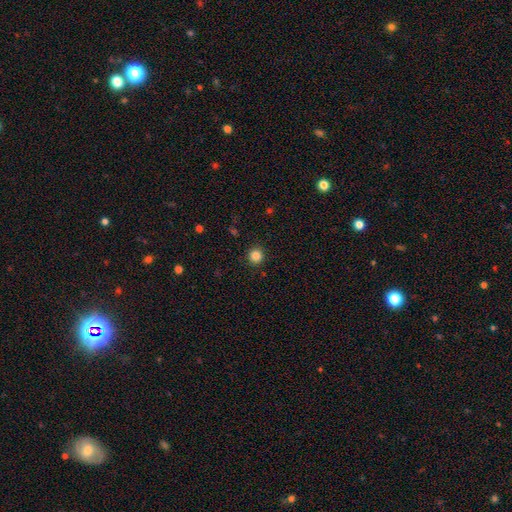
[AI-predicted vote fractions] Smooth or featured?
  - smooth: 85% *
  - star or artifact: 11%
  - featured or disk: 4%
How rounded?
  - round: 92% *
  - in between: 7%
  - cigar-shaped: 1%
Merging?
  - none: 91% *
  - minor disturbance: 6%
  - major disturbance: 2%
  - merger: 1%